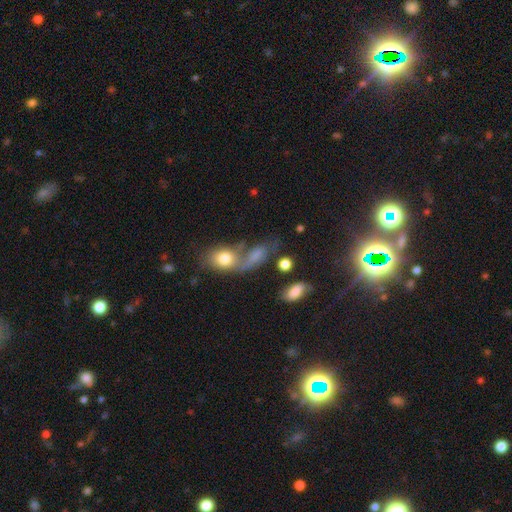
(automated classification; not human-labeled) This is possibly a smooth galaxy (59%). How rounded: likely in between (74%). Merging: marginally merger (37%).